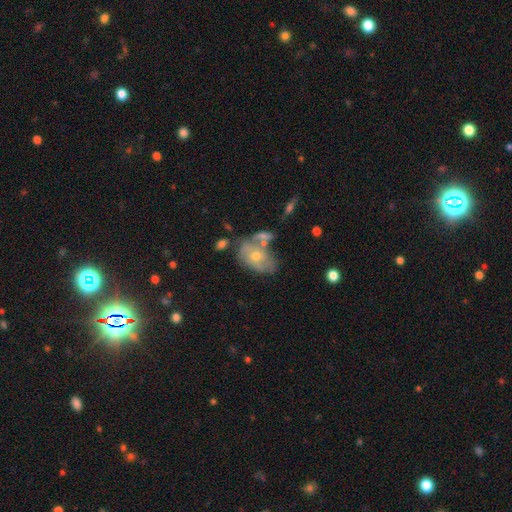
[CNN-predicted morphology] smooth_or_featured: smooth (p=0.47) [alt: featured or disk p=0.44]
merging: none (p=0.37) [alt: merger p=0.27]